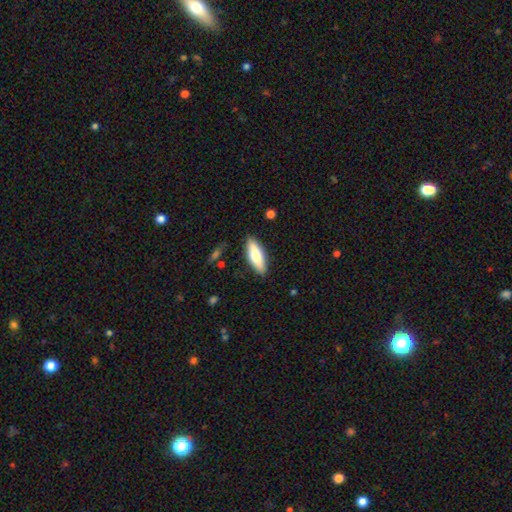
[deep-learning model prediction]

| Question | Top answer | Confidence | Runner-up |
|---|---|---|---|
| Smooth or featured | smooth | 72% | featured or disk (22%) |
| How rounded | in between | 59% | cigar-shaped (39%) |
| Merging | none | 87% | minor disturbance (9%) |